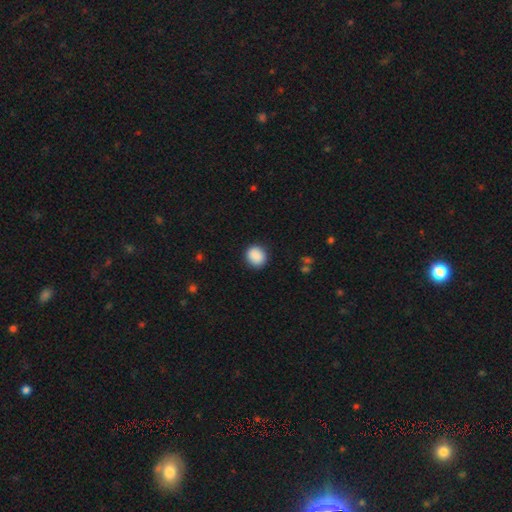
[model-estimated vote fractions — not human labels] Smooth or featured? Predicted: smooth (p=0.89). How rounded? Predicted: round (p=0.75). Merging? Predicted: none (p=0.89).